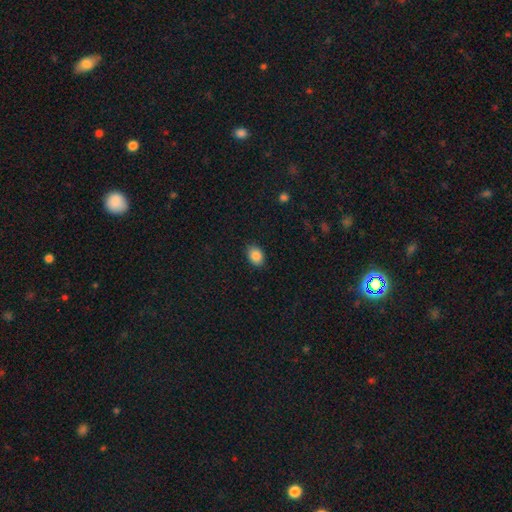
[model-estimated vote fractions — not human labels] Q: Smooth or featured?
A: smooth (87%); runner-up: star or artifact (8%)
Q: How rounded?
A: in between (73%); runner-up: round (26%)
Q: Merging?
A: none (86%); runner-up: minor disturbance (10%)